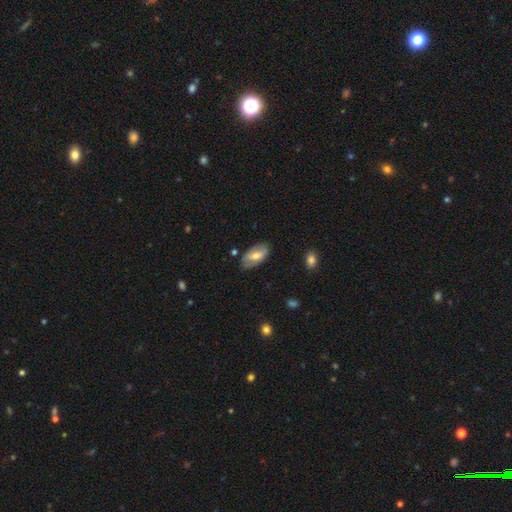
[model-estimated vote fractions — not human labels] Q: Smooth or featured?
A: smooth (56%); runner-up: featured or disk (38%)
Q: How rounded?
A: in between (92%); runner-up: cigar-shaped (4%)
Q: Merging?
A: none (78%); runner-up: minor disturbance (16%)